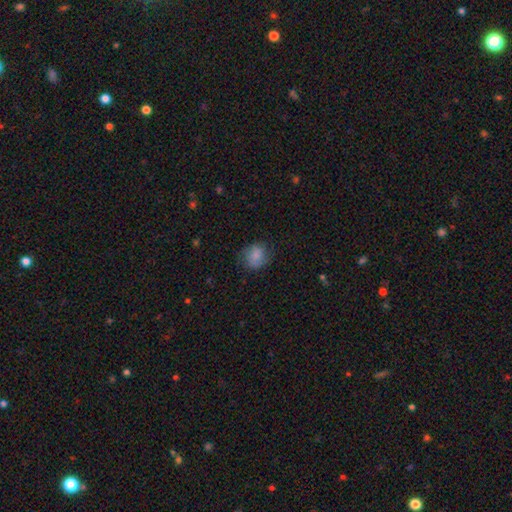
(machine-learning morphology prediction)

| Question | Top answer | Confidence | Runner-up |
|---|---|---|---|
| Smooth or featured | smooth | 79% | featured or disk (13%) |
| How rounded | round | 65% | in between (34%) |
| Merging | none | 67% | minor disturbance (23%) |